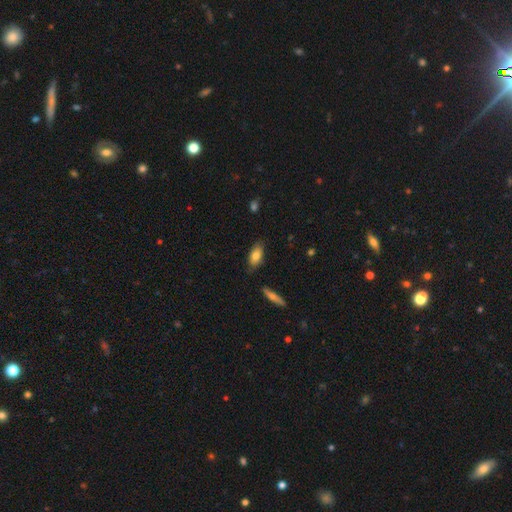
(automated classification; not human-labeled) This appears to be a smooth galaxy with no disk features (79%) that is in between round and cigar-shaped (86%). Merging: none (79%).